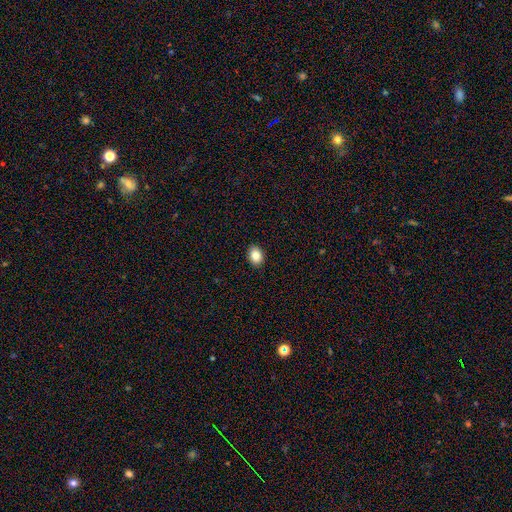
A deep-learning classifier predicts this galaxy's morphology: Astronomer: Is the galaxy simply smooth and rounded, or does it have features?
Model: smooth — 85%.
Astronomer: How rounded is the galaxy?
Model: in between — 63%.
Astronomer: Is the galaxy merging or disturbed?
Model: none — 91%.